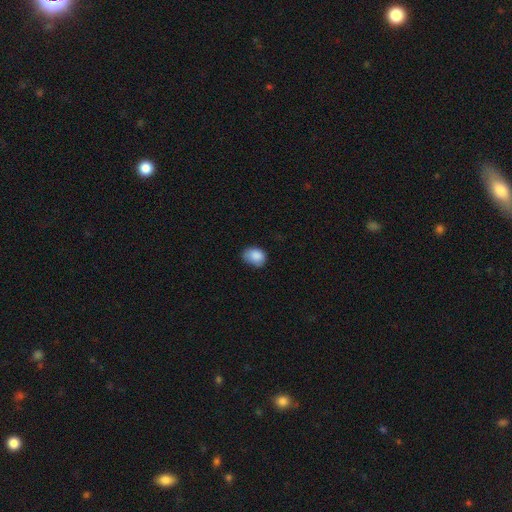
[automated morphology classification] smooth_or_featured: smooth (p=0.87) [alt: star or artifact p=0.08]
how_rounded: in between (p=0.64) [alt: round p=0.35]
merging: none (p=0.57) [alt: minor disturbance p=0.34]